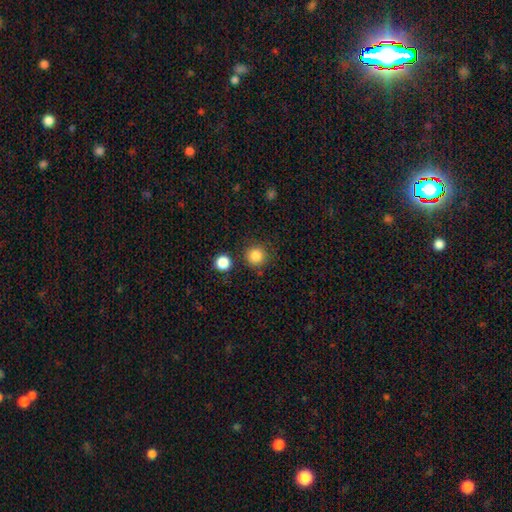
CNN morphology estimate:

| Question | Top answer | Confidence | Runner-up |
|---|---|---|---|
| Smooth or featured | smooth | 85% | star or artifact (11%) |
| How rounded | round | 94% | in between (5%) |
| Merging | none | 84% | minor disturbance (8%) |